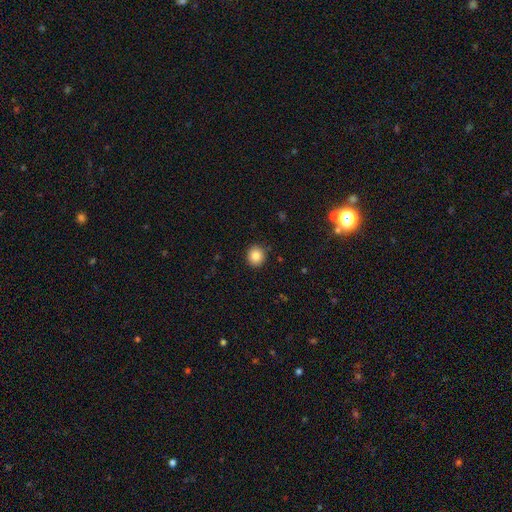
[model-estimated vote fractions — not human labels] smooth 85%, star or artifact 10%, featured or disk 5%. Down the decision tree: how rounded — round (87%); merging — none (89%).